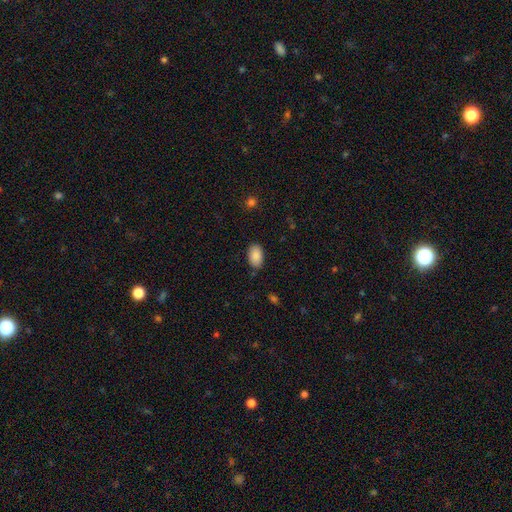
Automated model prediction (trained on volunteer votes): Overall: smooth (88%). How rounded: in between (93%). Merging: none (87%).